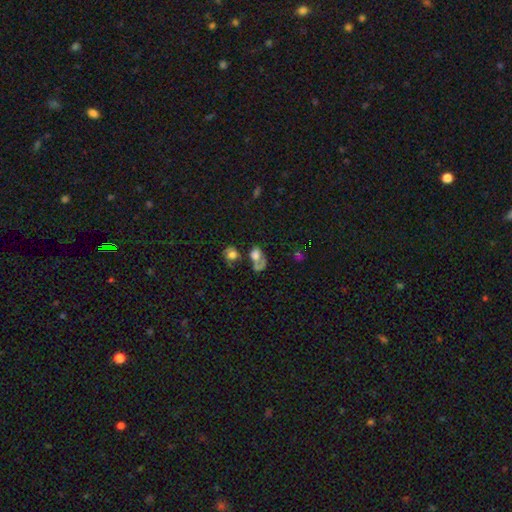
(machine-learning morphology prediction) smooth-or-featured: smooth: 55% | featured or disk: 31% | star or artifact: 14%
  how-rounded: in between: 63% | round: 35% | cigar-shaped: 2%
  merging: merger: 45% | none: 23% | major disturbance: 21% | minor disturbance: 11%